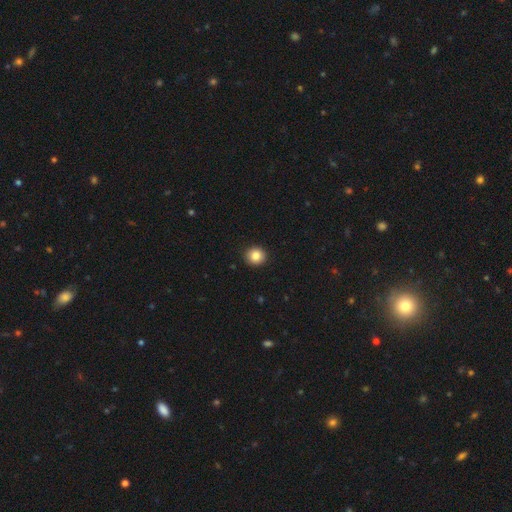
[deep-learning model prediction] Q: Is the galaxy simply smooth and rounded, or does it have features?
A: smooth — 86%.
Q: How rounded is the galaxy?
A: round — 89%.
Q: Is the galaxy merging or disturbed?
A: none — 92%.